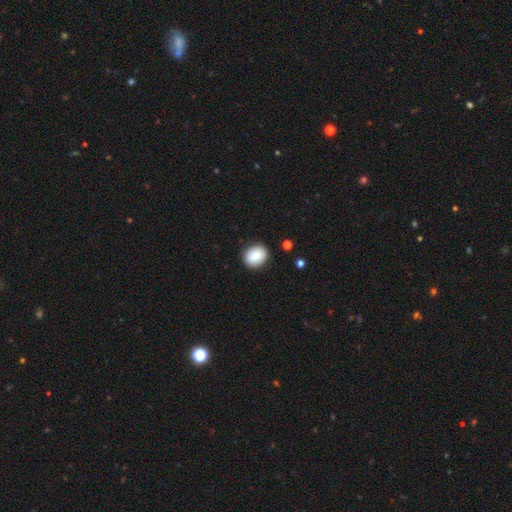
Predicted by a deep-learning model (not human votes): The model was most divided on "how rounded": round: 62%, in between: 37%, cigar-shaped: 1%. More confident: merging — none (90%); smooth or featured — smooth (79%).